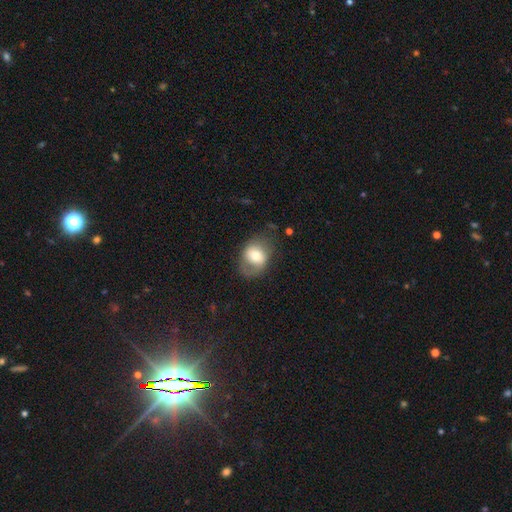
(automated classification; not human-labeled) This appears to be a smooth galaxy with no disk features (65%) that is in between round and cigar-shaped (60%). Merging: none (58%).